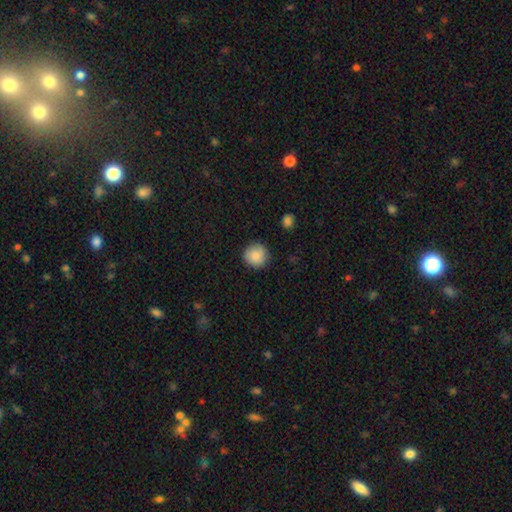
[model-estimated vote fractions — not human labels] Smooth or featured?
  - smooth: 86% *
  - star or artifact: 7%
  - featured or disk: 7%
How rounded?
  - round: 94% *
  - in between: 5%
  - cigar-shaped: 1%
Merging?
  - none: 89% *
  - minor disturbance: 8%
  - major disturbance: 2%
  - merger: 1%